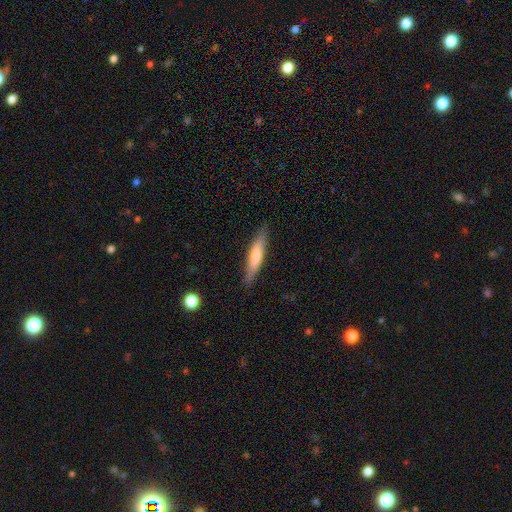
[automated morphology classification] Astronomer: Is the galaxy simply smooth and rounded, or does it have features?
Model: smooth — 59% (runner-up: featured or disk, 35%).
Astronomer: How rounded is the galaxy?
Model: cigar-shaped — 87%.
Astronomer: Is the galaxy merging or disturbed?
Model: none — 87%.